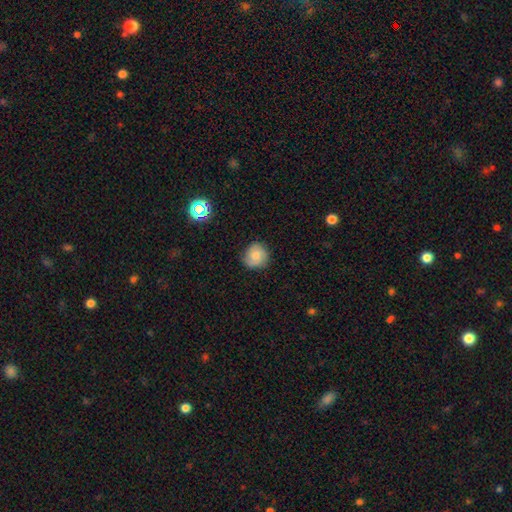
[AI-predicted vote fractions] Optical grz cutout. It shows a smooth galaxy with no disk features (65%) that is round (86%). Merging: none (74%).